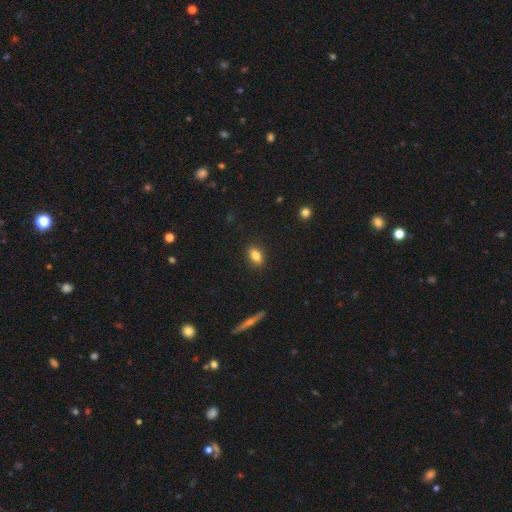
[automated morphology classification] Overall: smooth (81%). How rounded: in between (82%). Merging: none (89%).